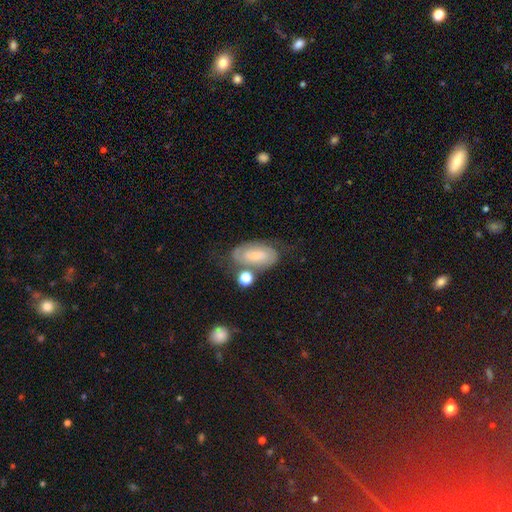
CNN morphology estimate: The model was most divided on "bar": no: 49%, weak: 37%, strong: 14%. More confident: edge-on disk — no (94%); spiral arms — yes (81%); bulge size — small (62%); smooth or featured — featured or disk (58%); merging — none (54%).